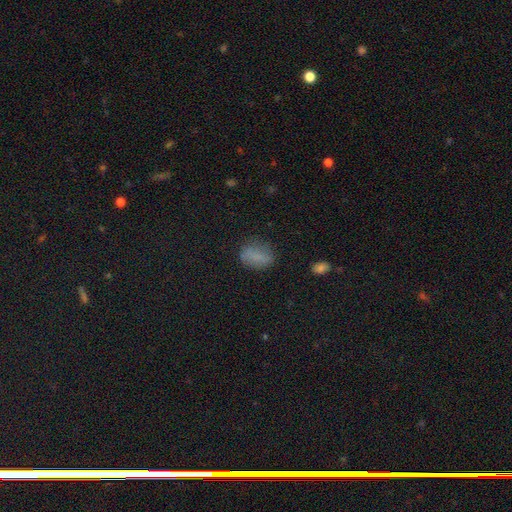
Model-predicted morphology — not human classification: Q: Smooth or featured?
A: smooth (76%); runner-up: star or artifact (13%)
Q: How rounded?
A: in between (80%); runner-up: round (16%)
Q: Merging?
A: none (69%); runner-up: minor disturbance (21%)